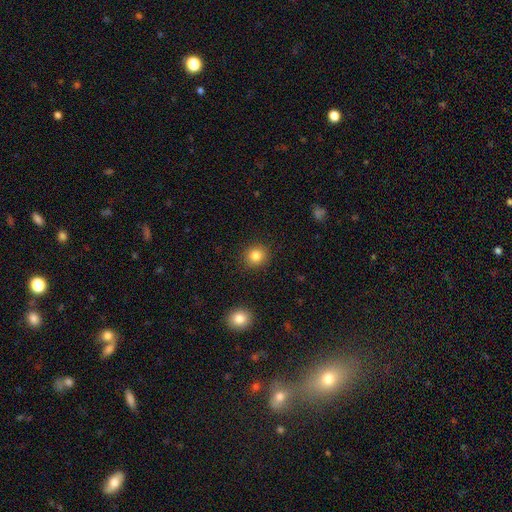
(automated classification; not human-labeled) The model was most divided on "smooth or featured": smooth: 84%, star or artifact: 11%, featured or disk: 6%. More confident: merging — none (90%); how rounded — round (87%).